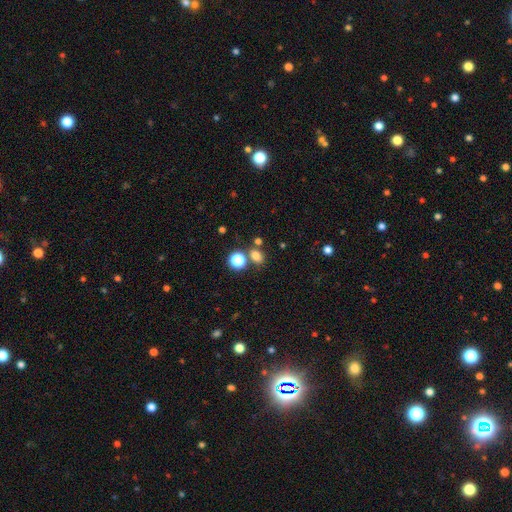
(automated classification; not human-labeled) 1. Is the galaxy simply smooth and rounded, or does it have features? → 75% smooth, 19% star or artifact, 6% featured or disk.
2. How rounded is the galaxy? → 60% in between, 38% round, 1% cigar-shaped.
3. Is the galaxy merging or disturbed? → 69% none, 17% merger, 10% minor disturbance, 4% major disturbance.